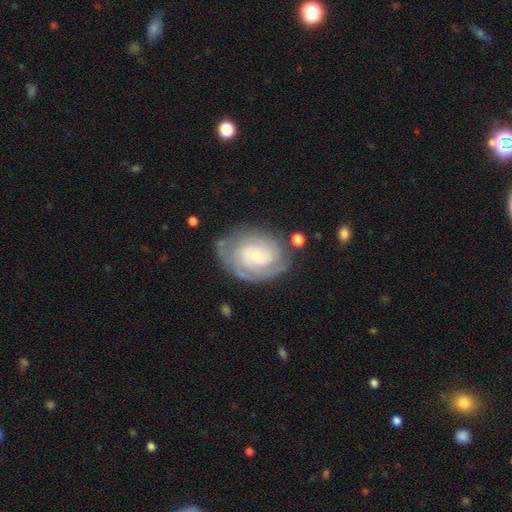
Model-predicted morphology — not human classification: This is clearly a featured or disk galaxy (82%). It is clearly not viewed edge-on (97%). Bar: likely no (70%). Spiral arm pattern: clearly yes (93%). Spiral arm count: marginally 2 (34%). Spiral winding: likely tight (73%). Central bulge: likely small (69%). Merging: likely none (71%).